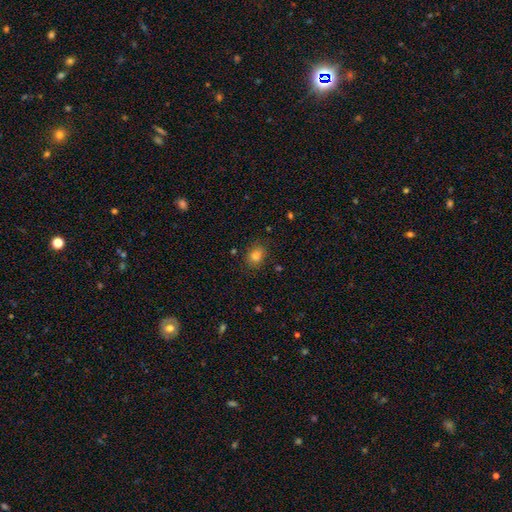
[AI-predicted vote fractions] Morphology: type=smooth (82%); roundness=round (51%); merging=none (83%).